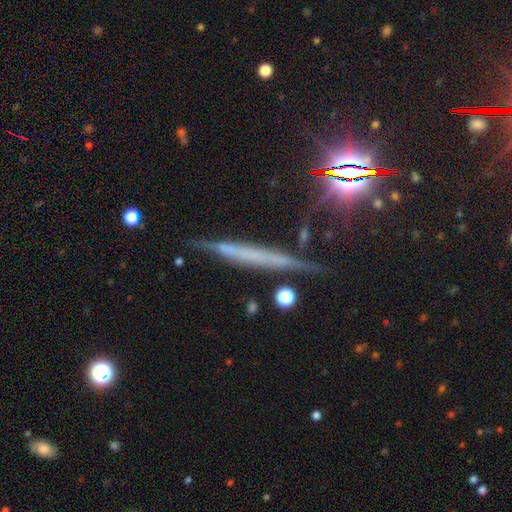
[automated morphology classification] Smooth or featured?
  - featured or disk: 45% *
  - smooth: 35%
  - star or artifact: 21%
Merging?
  - none: 78% *
  - minor disturbance: 15%
  - major disturbance: 4%
  - merger: 3%